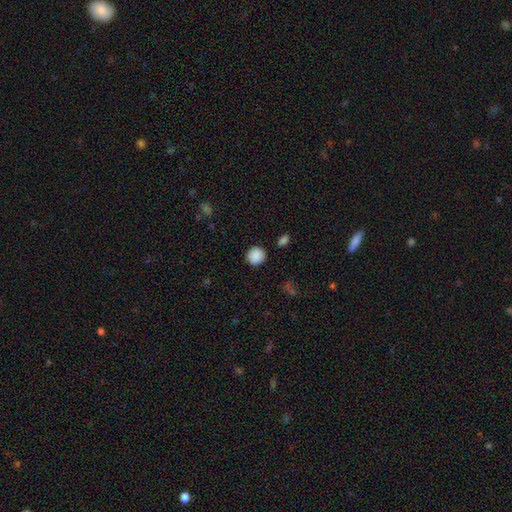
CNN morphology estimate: Smooth or featured?
  - smooth: 88% *
  - star or artifact: 8%
  - featured or disk: 3%
How rounded?
  - round: 90% *
  - in between: 9%
  - cigar-shaped: 1%
Merging?
  - none: 87% *
  - minor disturbance: 8%
  - major disturbance: 2%
  - merger: 2%